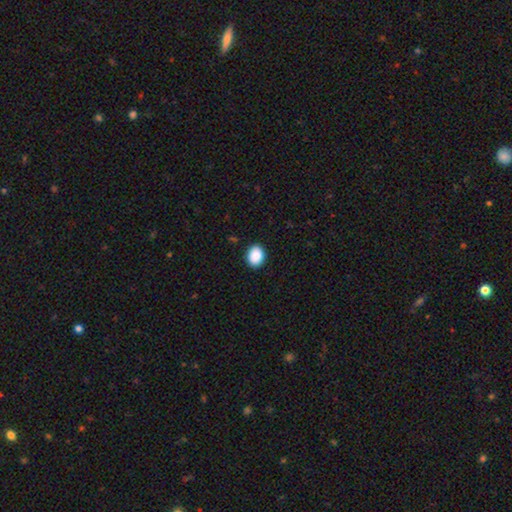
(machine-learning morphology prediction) Smooth or featured? Predicted: smooth (p=0.89). How rounded? Predicted: in between (p=0.60). Merging? Predicted: none (p=0.90).